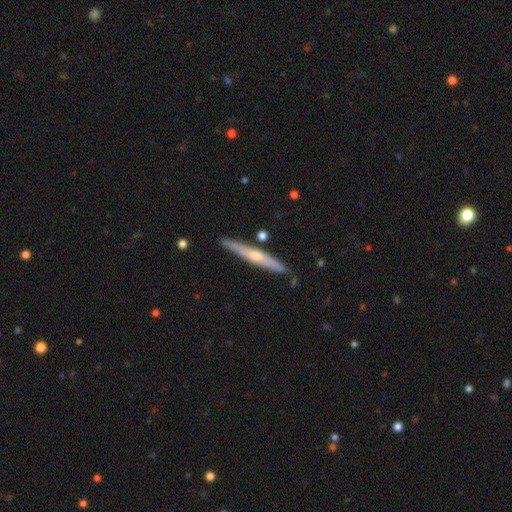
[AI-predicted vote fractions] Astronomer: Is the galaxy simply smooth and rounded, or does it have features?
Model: featured or disk — 57% (runner-up: smooth, 37%).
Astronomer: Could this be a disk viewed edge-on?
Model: yes — 95%.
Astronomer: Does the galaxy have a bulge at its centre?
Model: rounded — 71%.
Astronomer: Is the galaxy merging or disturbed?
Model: none — 86%.